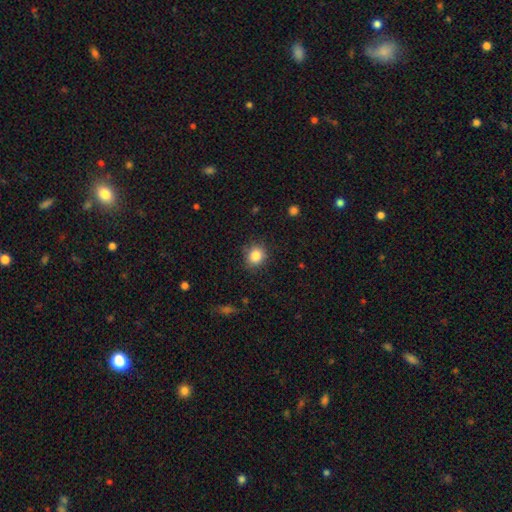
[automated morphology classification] Smooth or featured? smooth (85%)
How rounded? round (77%)
Merging? none (84%)